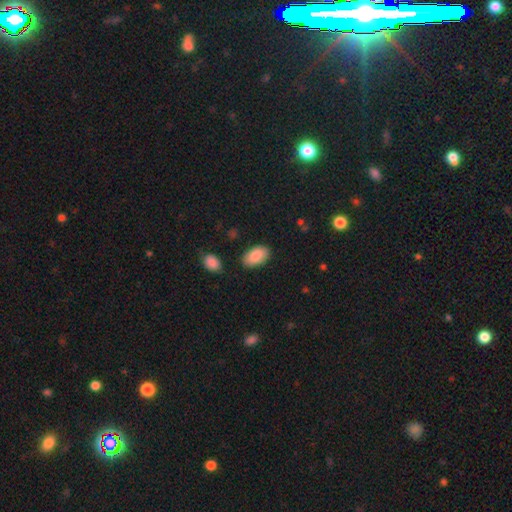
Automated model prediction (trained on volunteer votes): Morphology: type=smooth (87%); roundness=in between (95%); merging=none (84%).